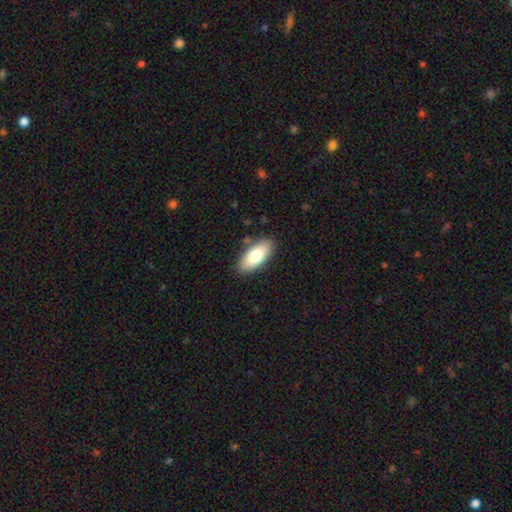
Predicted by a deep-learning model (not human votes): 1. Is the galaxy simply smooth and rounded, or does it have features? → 76% smooth, 17% featured or disk, 6% star or artifact.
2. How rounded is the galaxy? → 86% in between, 12% cigar-shaped, 2% round.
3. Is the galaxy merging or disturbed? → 86% none, 10% minor disturbance, 2% major disturbance, 2% merger.